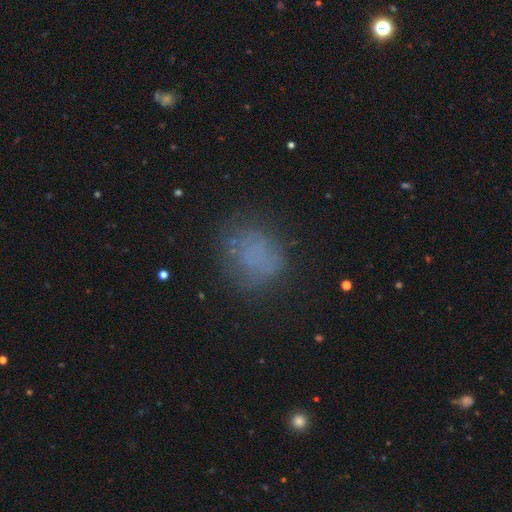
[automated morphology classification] Smooth or featured? Predicted: smooth (p=0.65). How rounded? Predicted: round (p=0.72). Merging? Predicted: none (p=0.71).